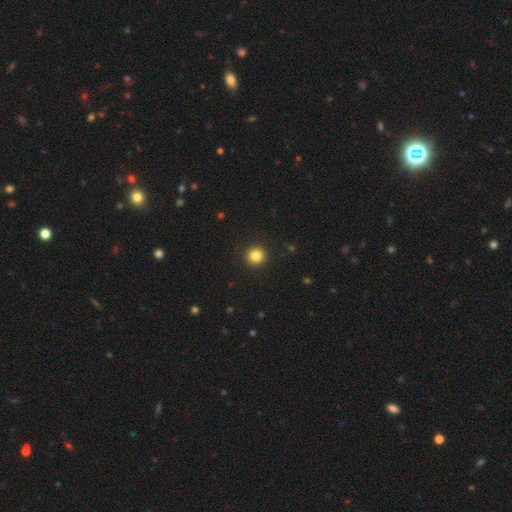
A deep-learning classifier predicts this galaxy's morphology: Overall: smooth (84%). How rounded: round (95%). Merging: none (93%).